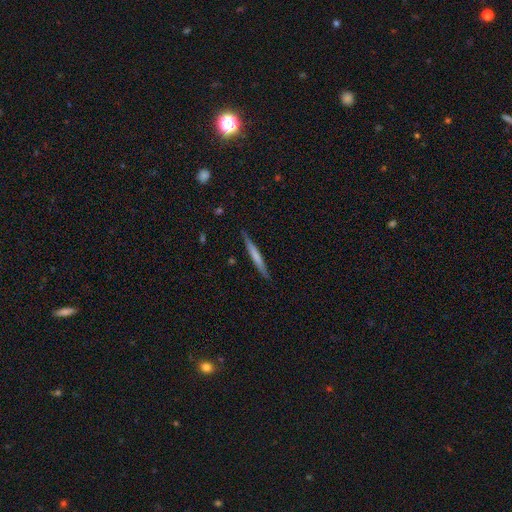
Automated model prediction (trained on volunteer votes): Smooth or featured? Predicted: smooth (p=0.57). How rounded? Predicted: cigar-shaped (p=0.96). Merging? Predicted: none (p=0.88).